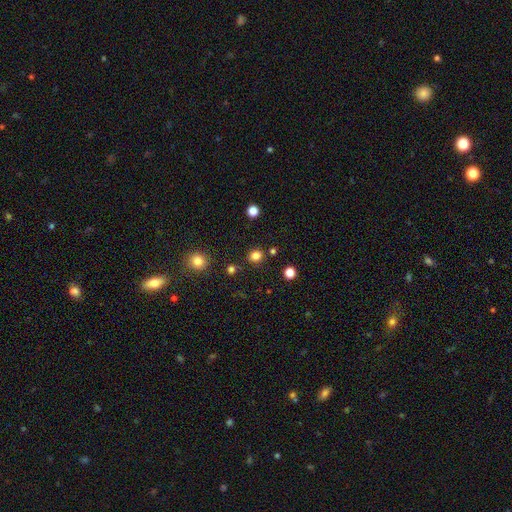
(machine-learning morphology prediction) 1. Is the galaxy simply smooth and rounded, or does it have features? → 81% smooth, 14% star or artifact, 4% featured or disk.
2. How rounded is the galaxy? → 81% round, 19% in between, 1% cigar-shaped.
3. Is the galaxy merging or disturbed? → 86% none, 8% minor disturbance, 4% merger, 3% major disturbance.